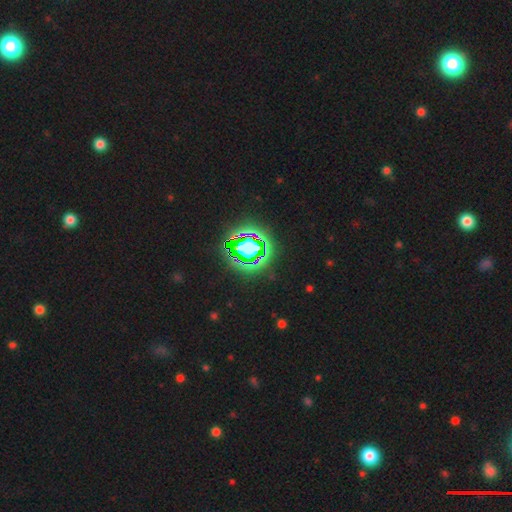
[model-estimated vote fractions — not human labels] Morphology: type=star or artifact (82%).